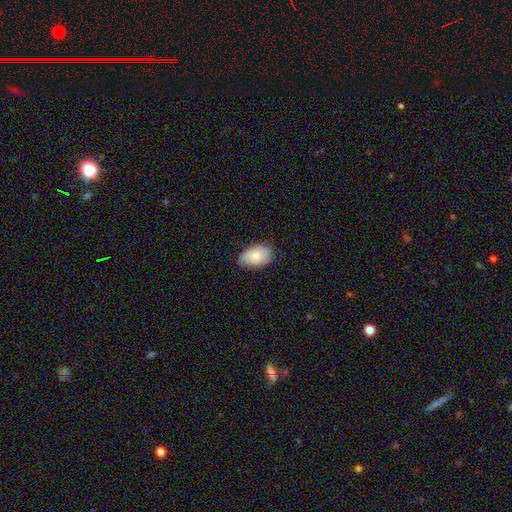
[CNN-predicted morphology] Q: Smooth or featured?
A: smooth (71%); runner-up: featured or disk (23%)
Q: How rounded?
A: in between (92%); runner-up: round (7%)
Q: Merging?
A: none (70%); runner-up: minor disturbance (25%)